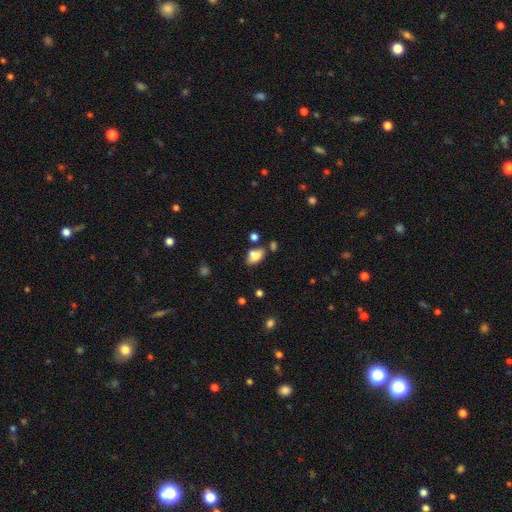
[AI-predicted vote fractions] Overall: smooth (76%). How rounded: in between (86%). Merging: none (49%; minor disturbance 23%).